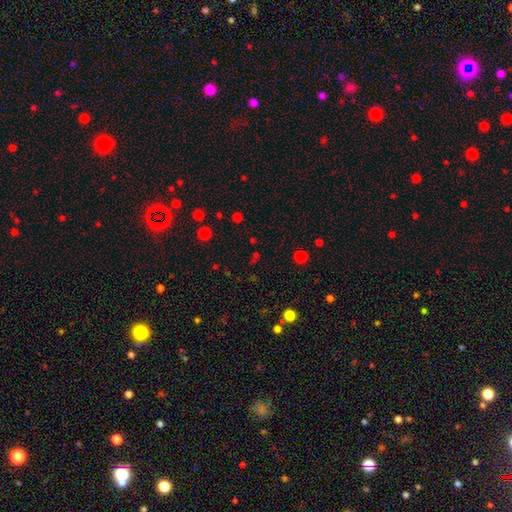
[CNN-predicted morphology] type=star or artifact (48%).